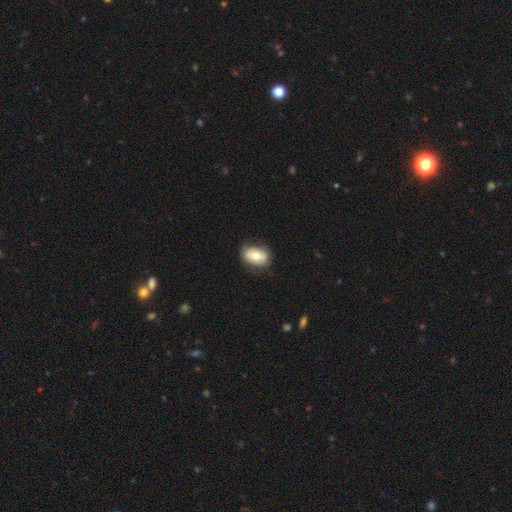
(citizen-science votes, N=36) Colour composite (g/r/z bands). It shows a smooth galaxy with no disk features (72%) that is in between round and cigar-shaped (96%). Merging: none (79%).